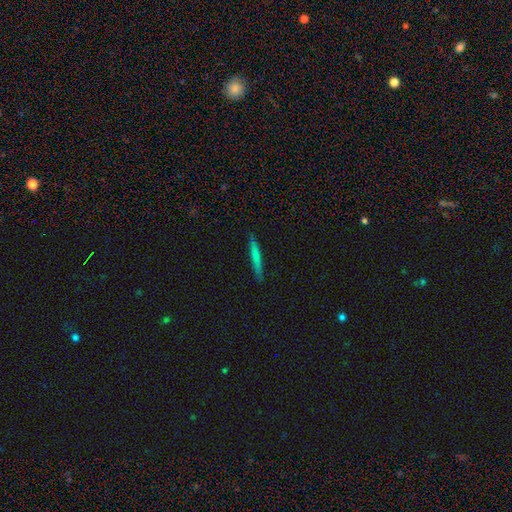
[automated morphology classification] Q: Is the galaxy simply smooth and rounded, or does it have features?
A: smooth — 64%.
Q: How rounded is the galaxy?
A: cigar-shaped — 95%.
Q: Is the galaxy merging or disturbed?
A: none — 89%.